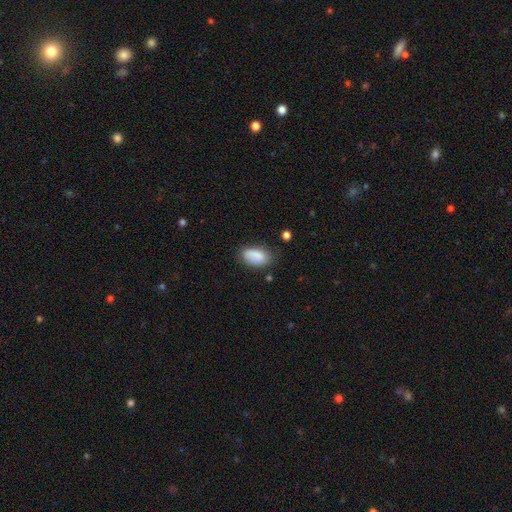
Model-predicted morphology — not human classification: The model was most divided on "merging": none: 69%, minor disturbance: 23%, major disturbance: 6%, merger: 3%. More confident: how rounded — in between (93%); smooth or featured — smooth (85%).